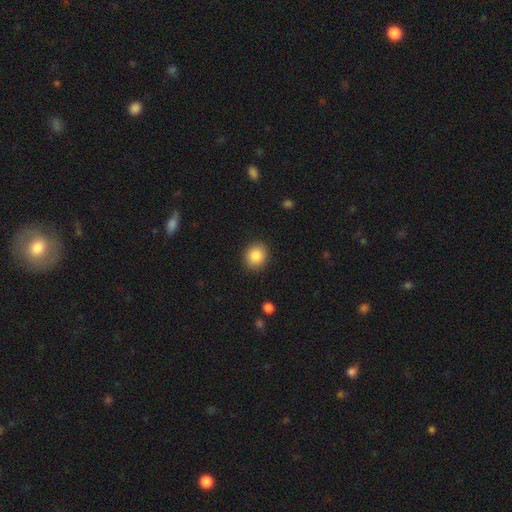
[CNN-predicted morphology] Smooth or featured? Predicted: smooth (p=0.86). How rounded? Predicted: round (p=0.75). Merging? Predicted: none (p=0.90).